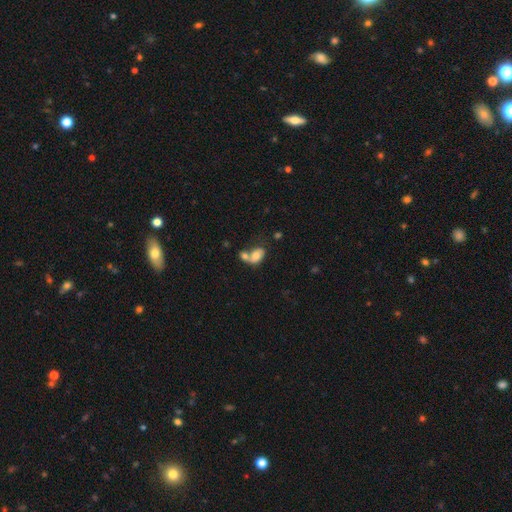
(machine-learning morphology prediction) A smooth galaxy with no disk features (66%) that is in between round and cigar-shaped (82%). Merging: merger (61%).